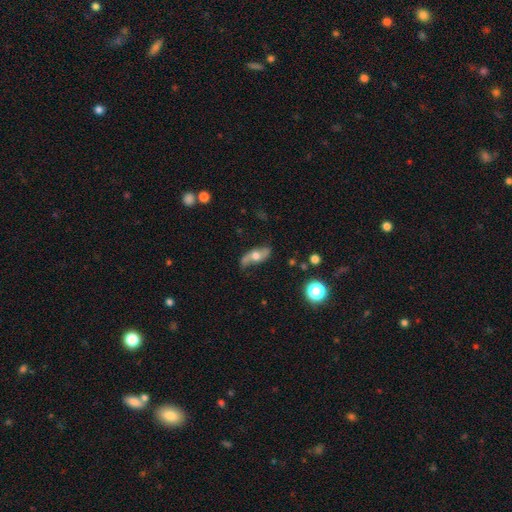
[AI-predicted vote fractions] Smooth or featured? Predicted: featured or disk (p=0.62). Edge-on disk? Predicted: no (p=0.76). Merging? Predicted: none (p=0.67).